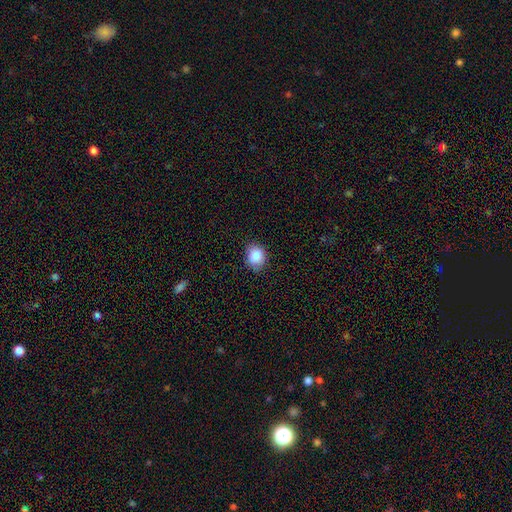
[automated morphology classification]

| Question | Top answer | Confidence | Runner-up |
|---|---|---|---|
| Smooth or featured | smooth | 86% | star or artifact (9%) |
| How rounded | round | 65% | in between (34%) |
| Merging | none | 85% | minor disturbance (12%) |